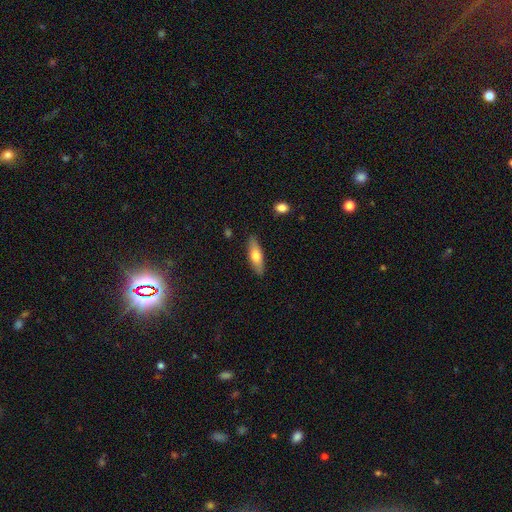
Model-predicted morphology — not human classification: Overall: smooth (64%; featured or disk 30%). How rounded: in between (49%; cigar-shaped 48%). Merging: none (87%).